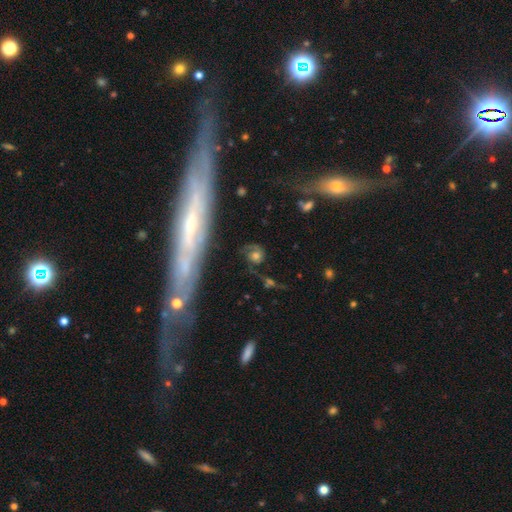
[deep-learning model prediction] Q: Smooth or featured?
A: featured or disk (52%); runner-up: smooth (35%)
Q: Edge-on disk?
A: no (93%); runner-up: yes (7%)
Q: Merging?
A: none (55%); runner-up: minor disturbance (19%)